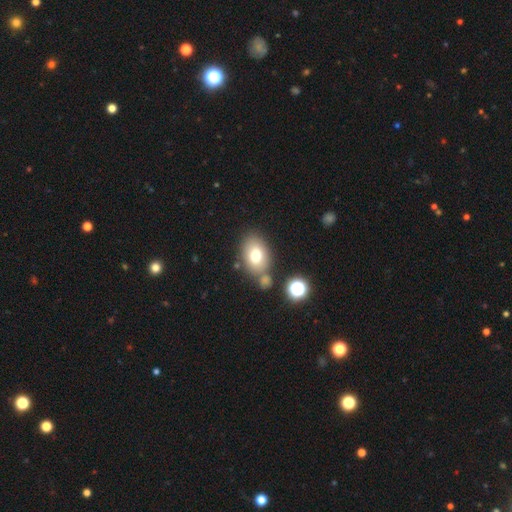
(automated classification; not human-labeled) A smooth galaxy with no disk features (75%) that is in between round and cigar-shaped (74%).

Vote fractions:
- Smooth or featured? smooth: 75% / featured or disk: 14% / star or artifact: 11%
- How rounded? in between: 74% / round: 25% / cigar-shaped: 1%
- Merging? none: 67% / merger: 16% / minor disturbance: 13% / major disturbance: 4%